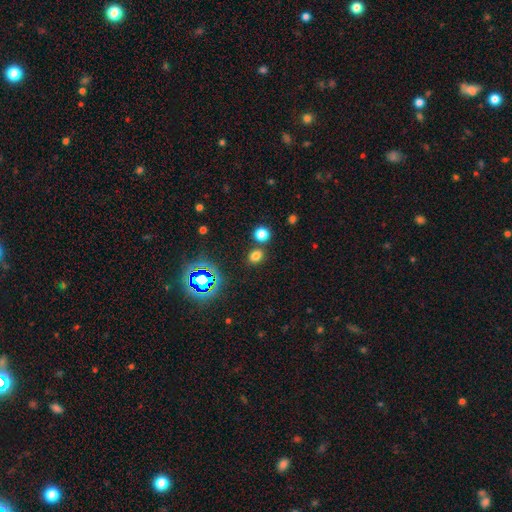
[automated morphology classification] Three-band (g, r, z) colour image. It shows a smooth galaxy with no disk features (70%) that is round (60%). Merging: none (78%).